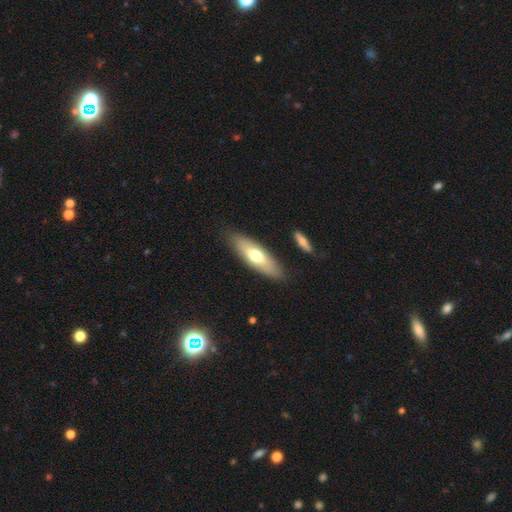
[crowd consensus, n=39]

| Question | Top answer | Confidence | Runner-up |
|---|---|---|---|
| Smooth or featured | smooth | 54% | featured or disk (36%) |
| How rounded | in between | 76% | cigar-shaped (24%) |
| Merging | none | 97% | minor disturbance (3%) |